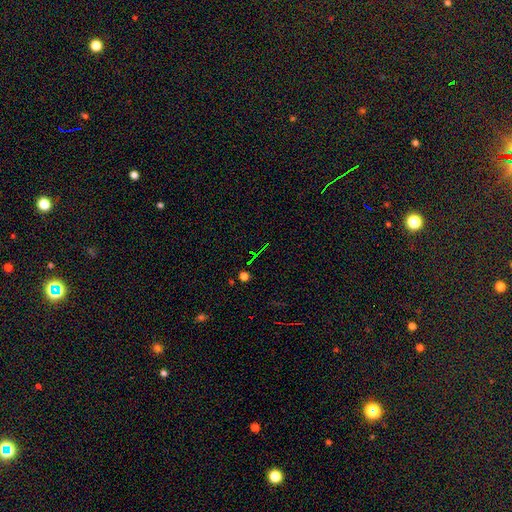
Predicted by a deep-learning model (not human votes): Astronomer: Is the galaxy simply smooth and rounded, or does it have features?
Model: star or artifact — 71%.